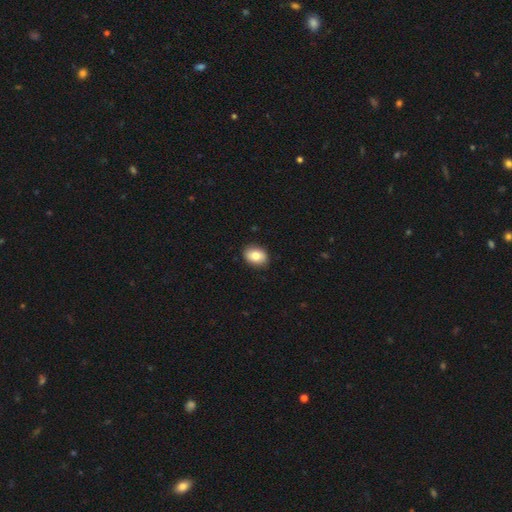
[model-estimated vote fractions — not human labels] smooth_or_featured: smooth (p=0.81) [alt: featured or disk p=0.11]
how_rounded: in between (p=0.70) [alt: round p=0.29]
merging: none (p=0.89) [alt: minor disturbance p=0.09]